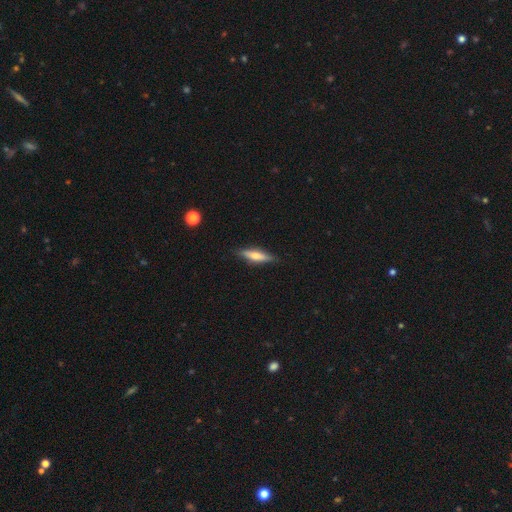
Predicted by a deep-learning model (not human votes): Morphology: type=smooth (55%); roundness=cigar-shaped (72%); merging=none (86%).